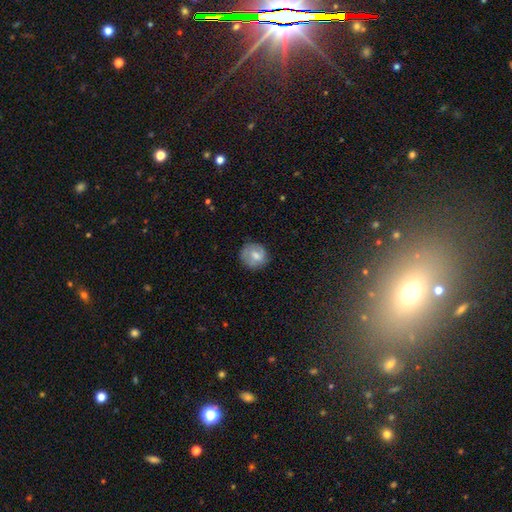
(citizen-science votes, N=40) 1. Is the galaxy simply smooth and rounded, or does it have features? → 57% smooth, 38% featured or disk, 5% star or artifact.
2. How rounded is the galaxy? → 87% round, 9% in between, 4% cigar-shaped.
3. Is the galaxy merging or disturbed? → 68% none, 32% minor disturbance, 0% major disturbance, 0% merger.